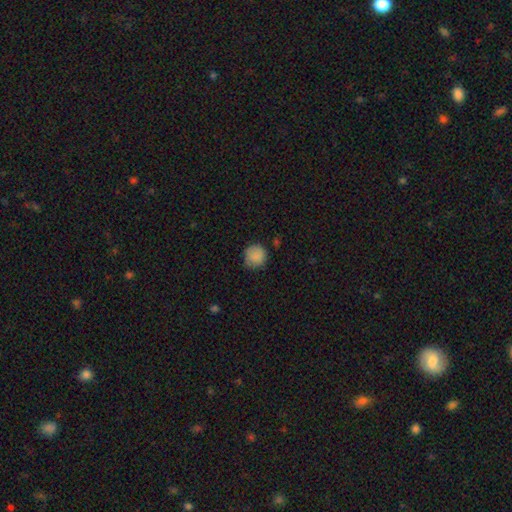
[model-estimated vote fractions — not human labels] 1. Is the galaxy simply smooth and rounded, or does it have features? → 86% smooth, 8% star or artifact, 5% featured or disk.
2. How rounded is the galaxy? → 92% round, 7% in between, 1% cigar-shaped.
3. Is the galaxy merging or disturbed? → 76% none, 19% minor disturbance, 4% major disturbance, 1% merger.